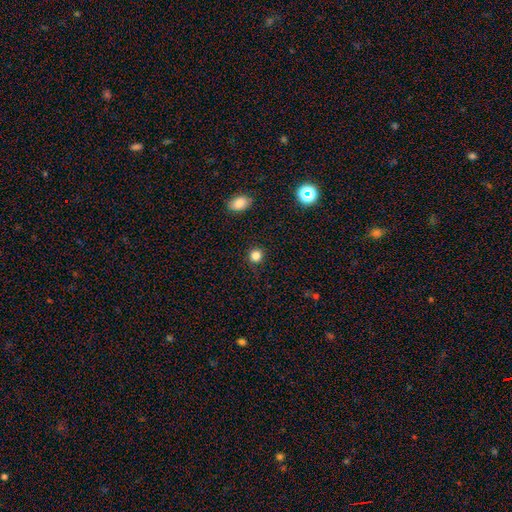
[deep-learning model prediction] Q: Smooth or featured?
A: smooth (82%); runner-up: star or artifact (14%)
Q: How rounded?
A: round (90%); runner-up: in between (9%)
Q: Merging?
A: none (89%); runner-up: minor disturbance (8%)